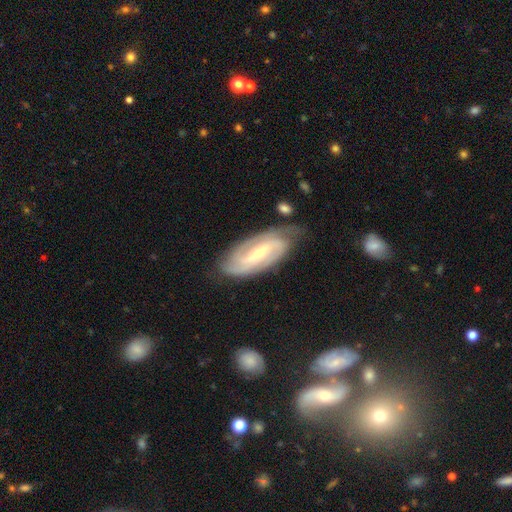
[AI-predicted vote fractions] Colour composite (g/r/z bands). It shows a featured or disk galaxy (82%) with a strong bar (47%), 2 (68%) tight (48%) spiral arms (94%) and a small central bulge (49%). Merging: none (76%).